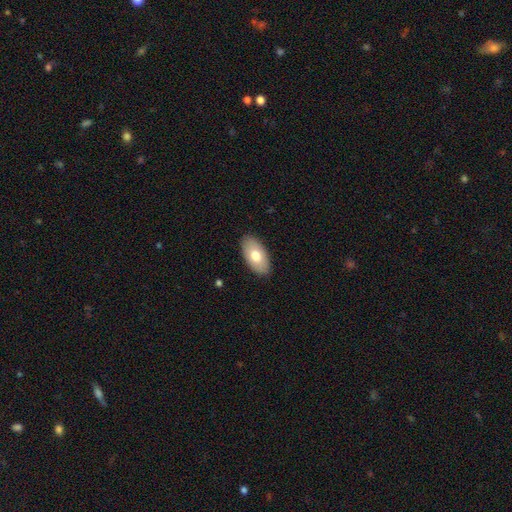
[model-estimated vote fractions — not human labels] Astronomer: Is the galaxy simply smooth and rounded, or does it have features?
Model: smooth — 72%.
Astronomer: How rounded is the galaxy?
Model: in between — 95%.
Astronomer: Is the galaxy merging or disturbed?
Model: none — 88%.